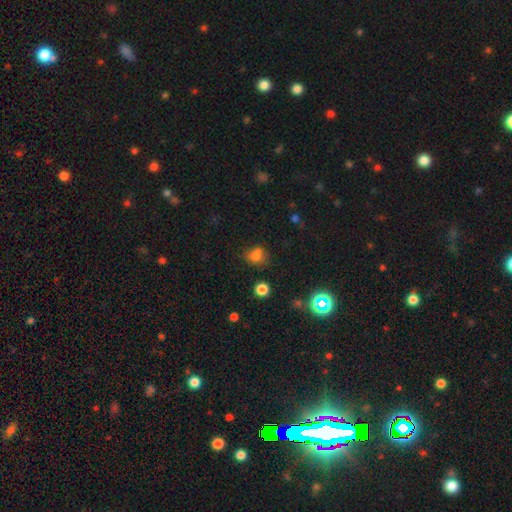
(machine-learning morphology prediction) Q: Smooth or featured?
A: smooth (70%); runner-up: star or artifact (20%)
Q: How rounded?
A: round (64%); runner-up: in between (34%)
Q: Merging?
A: none (51%); runner-up: merger (26%)